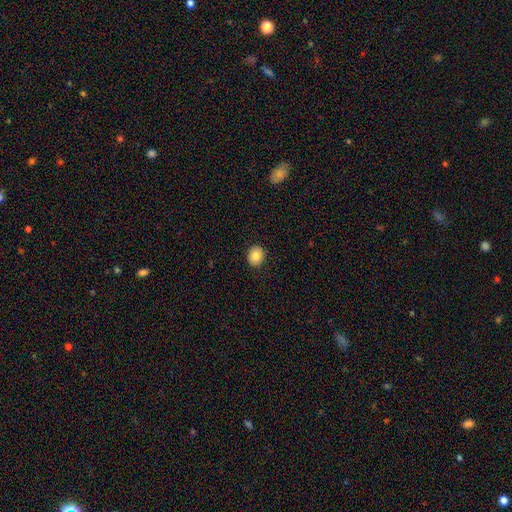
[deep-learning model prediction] Morphology: type=smooth (83%); roundness=round (68%); merging=none (90%).